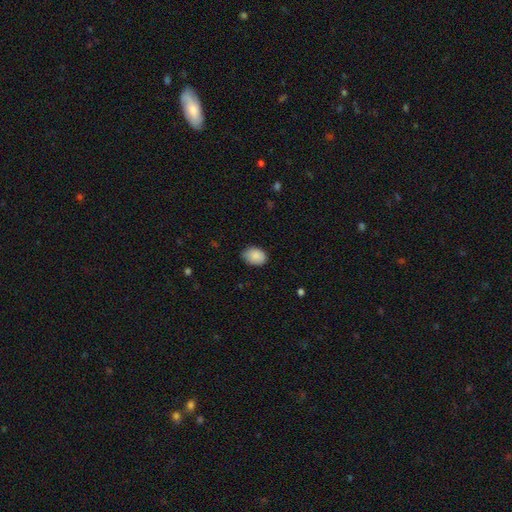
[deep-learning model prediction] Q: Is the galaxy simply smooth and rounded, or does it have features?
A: smooth — 89%.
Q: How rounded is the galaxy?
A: in between — 72%.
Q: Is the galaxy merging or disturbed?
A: none — 76%.